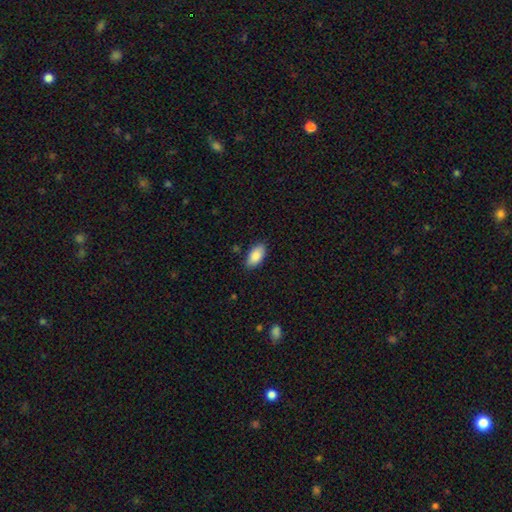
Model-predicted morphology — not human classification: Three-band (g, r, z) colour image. It shows a smooth galaxy with no disk features (88%) that is in between round and cigar-shaped (93%). Merging: none (85%).